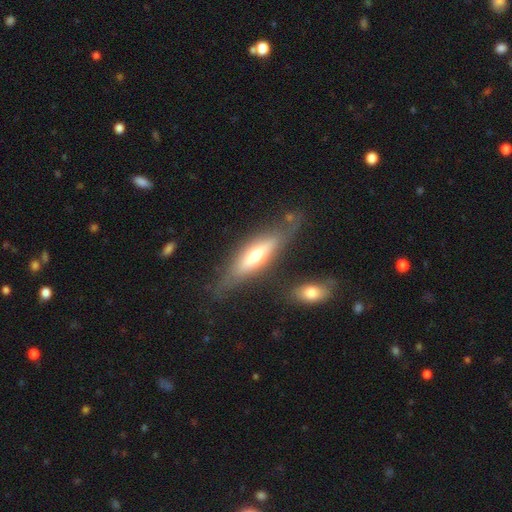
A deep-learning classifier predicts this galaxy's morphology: Smooth or featured? Predicted: featured or disk (p=0.54). Edge-on disk? Predicted: yes (p=0.82). Merging? Predicted: none (p=0.70).